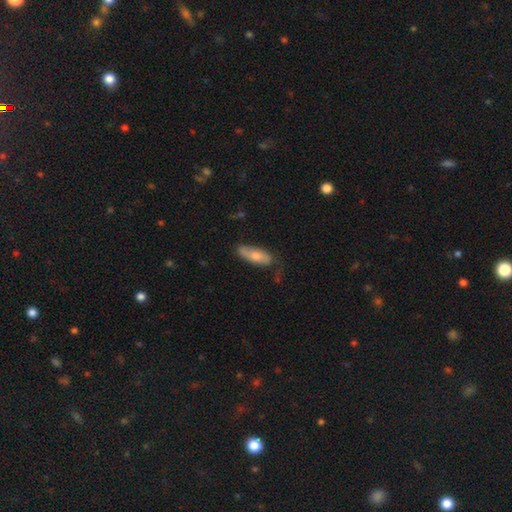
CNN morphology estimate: A smooth galaxy with no disk features (63%) that is in between round and cigar-shaped (70%).

Vote fractions:
- Smooth or featured? smooth: 63% / featured or disk: 32% / star or artifact: 6%
- How rounded? in between: 70% / cigar-shaped: 27% / round: 2%
- Merging? none: 66% / minor disturbance: 25% / major disturbance: 6% / merger: 2%